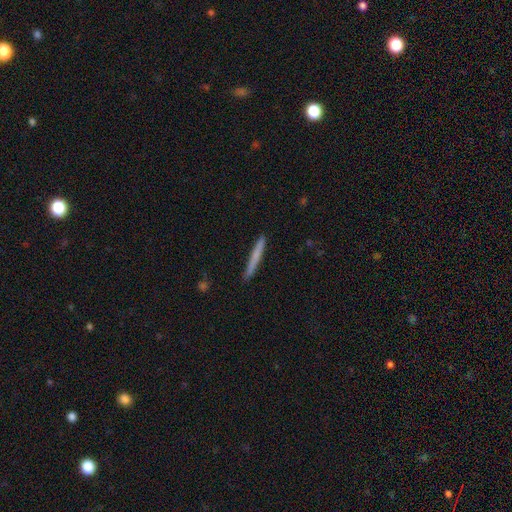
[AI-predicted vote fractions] smooth_or_featured: smooth (p=0.68) [alt: featured or disk p=0.26]
how_rounded: cigar-shaped (p=0.97) [alt: in between p=0.02]
merging: none (p=0.91) [alt: minor disturbance p=0.07]